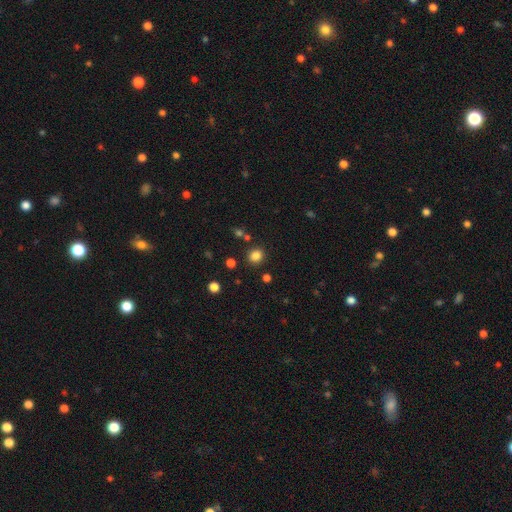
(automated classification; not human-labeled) Q: Smooth or featured?
A: smooth (82%); runner-up: star or artifact (14%)
Q: How rounded?
A: round (81%); runner-up: in between (18%)
Q: Merging?
A: none (86%); runner-up: minor disturbance (7%)